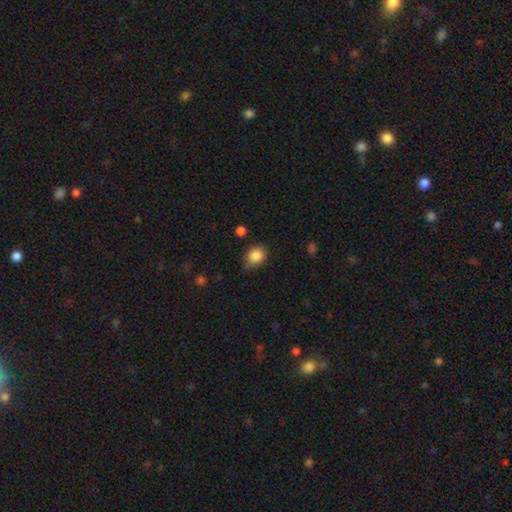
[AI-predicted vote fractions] This appears to be a smooth galaxy with no disk features (86%) that is round (62%). Merging: none (71%).